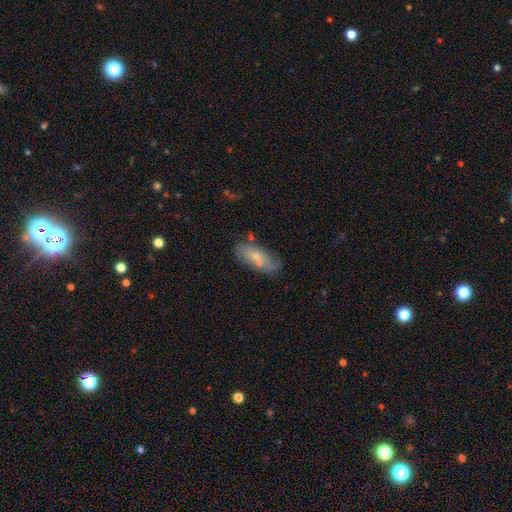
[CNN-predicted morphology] This appears to be a smooth galaxy with no disk features (55%) that is in between round and cigar-shaped (70%). Merging: none (67%).